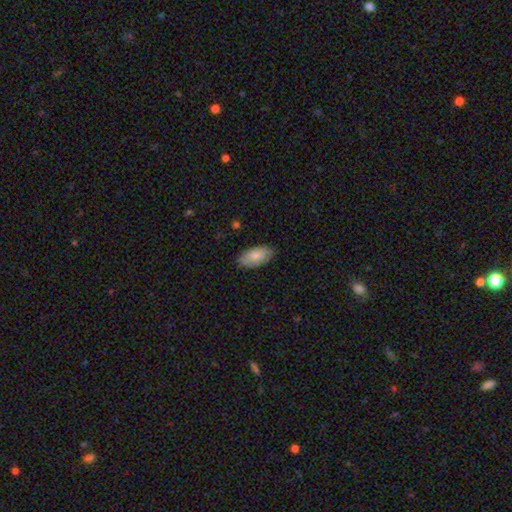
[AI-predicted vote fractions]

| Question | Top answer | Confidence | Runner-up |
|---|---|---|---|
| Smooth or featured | smooth | 82% | featured or disk (13%) |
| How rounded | in between | 94% | cigar-shaped (4%) |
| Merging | none | 85% | minor disturbance (12%) |